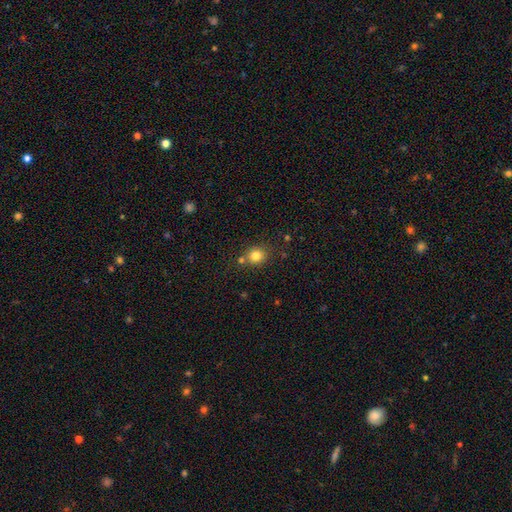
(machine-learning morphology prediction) A smooth galaxy with no disk features (80%) that is round (80%).

Vote fractions:
- Smooth or featured? smooth: 80% / star or artifact: 13% / featured or disk: 7%
- How rounded? round: 80% / in between: 19% / cigar-shaped: 1%
- Merging? none: 72% / merger: 14% / minor disturbance: 11% / major disturbance: 3%